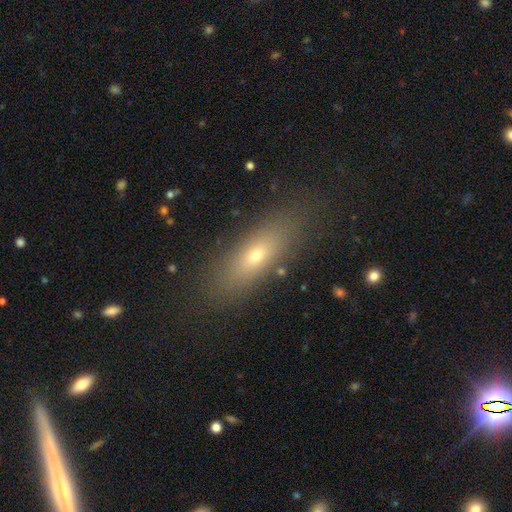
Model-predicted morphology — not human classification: smooth 62%, featured or disk 25%, star or artifact 13%. Down the decision tree: how rounded — in between (51%); merging — none (83%).